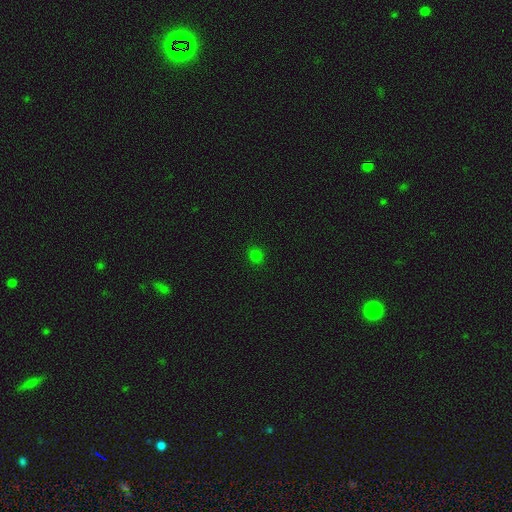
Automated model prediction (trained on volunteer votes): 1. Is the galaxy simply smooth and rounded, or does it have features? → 78% smooth, 18% star or artifact, 3% featured or disk.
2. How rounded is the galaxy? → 82% round, 17% in between, 1% cigar-shaped.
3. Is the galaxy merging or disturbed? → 90% none, 7% minor disturbance, 2% major disturbance, 1% merger.